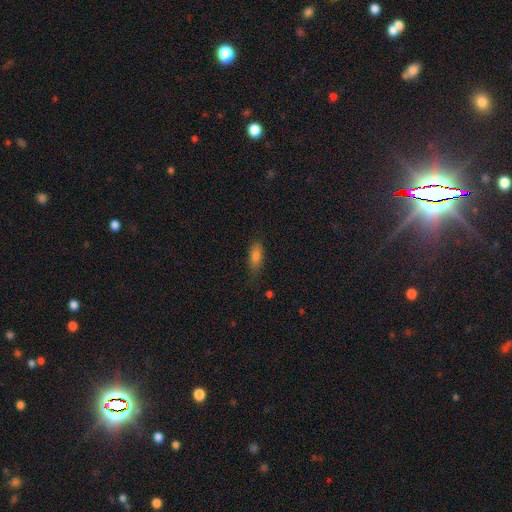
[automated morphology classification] smooth-or-featured: smooth: 77% | featured or disk: 13% | star or artifact: 11%
  how-rounded: in between: 71% | cigar-shaped: 25% | round: 4%
  merging: none: 71% | minor disturbance: 22% | major disturbance: 5% | merger: 2%